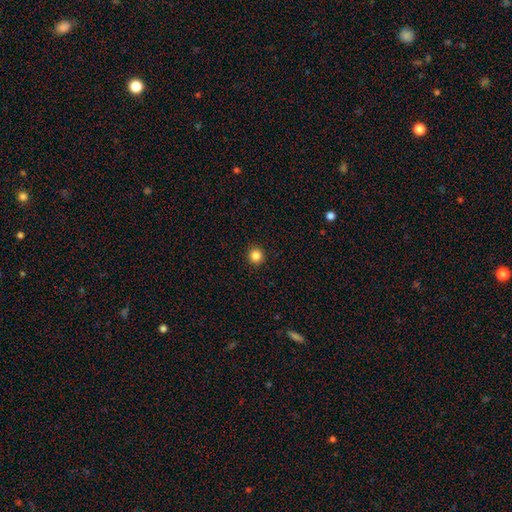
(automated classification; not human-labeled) Smooth or featured? smooth (84%)
How rounded? round (95%)
Merging? none (93%)